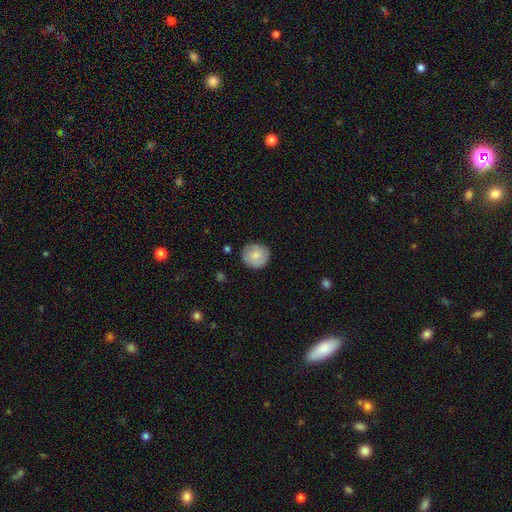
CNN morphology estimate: Smooth or featured? Predicted: smooth (p=0.77). How rounded? Predicted: round (p=0.90). Merging? Predicted: none (p=0.84).